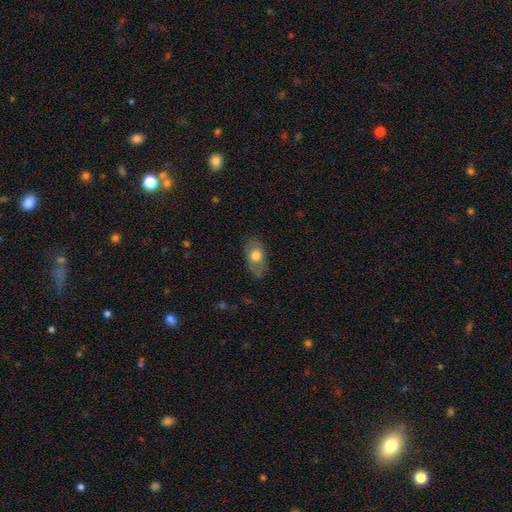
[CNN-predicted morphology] A smooth galaxy with no disk features (64%) that is in between round and cigar-shaped (87%). Merging: none (75%).